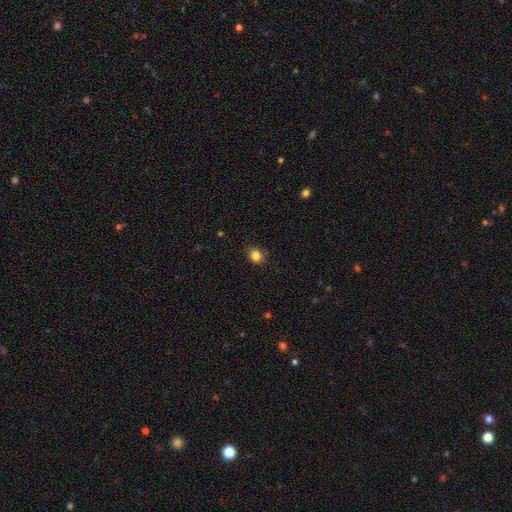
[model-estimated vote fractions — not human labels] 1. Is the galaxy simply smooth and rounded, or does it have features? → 84% smooth, 12% star or artifact, 4% featured or disk.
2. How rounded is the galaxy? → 57% round, 42% in between, 1% cigar-shaped.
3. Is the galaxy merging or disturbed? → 80% none, 15% minor disturbance, 3% major disturbance, 1% merger.